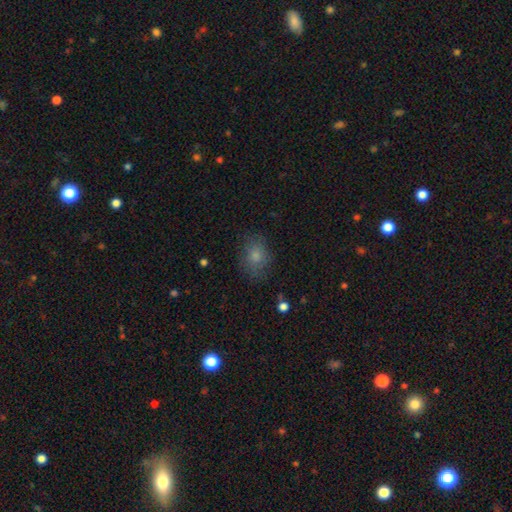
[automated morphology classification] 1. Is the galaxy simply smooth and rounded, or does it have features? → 78% smooth, 11% star or artifact, 11% featured or disk.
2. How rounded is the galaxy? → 57% in between, 42% round, 1% cigar-shaped.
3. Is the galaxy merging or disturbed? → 76% none, 17% minor disturbance, 6% major disturbance, 1% merger.